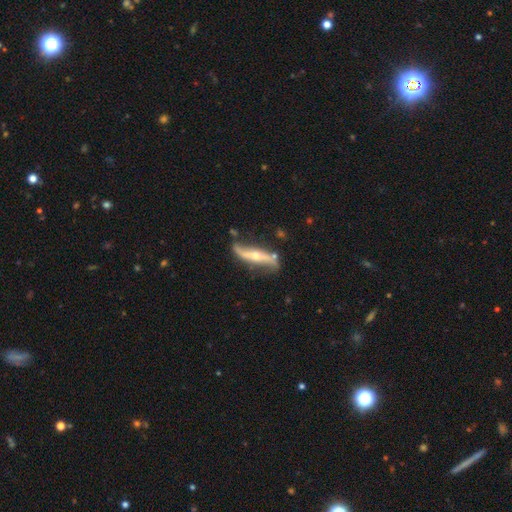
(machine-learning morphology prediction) smooth-or-featured: featured or disk: 83% | smooth: 12% | star or artifact: 5%
  disk-edge-on: no: 61% | yes: 39%
    bar: no: 41% | strong: 37% | weak: 22%
    has-spiral-arms: yes: 89% | no: 11%
    bulge-size: moderate: 54% | small: 40% | large: 3% | none: 2% | dominant: 1%
  merging: none: 65% | minor disturbance: 21% | major disturbance: 8% | merger: 6%